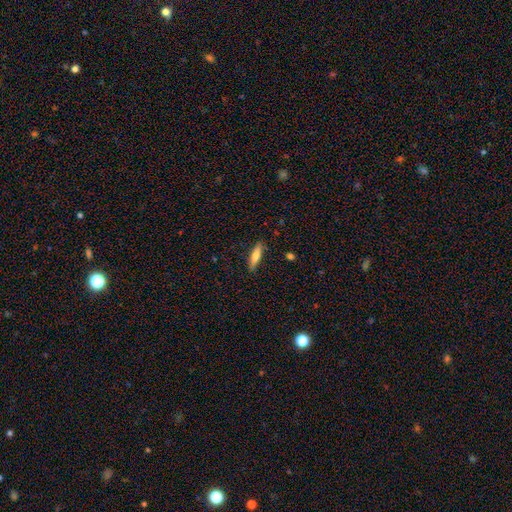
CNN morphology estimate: Smooth or featured? Predicted: smooth (p=0.69). How rounded? Predicted: cigar-shaped (p=0.70). Merging? Predicted: none (p=0.87).